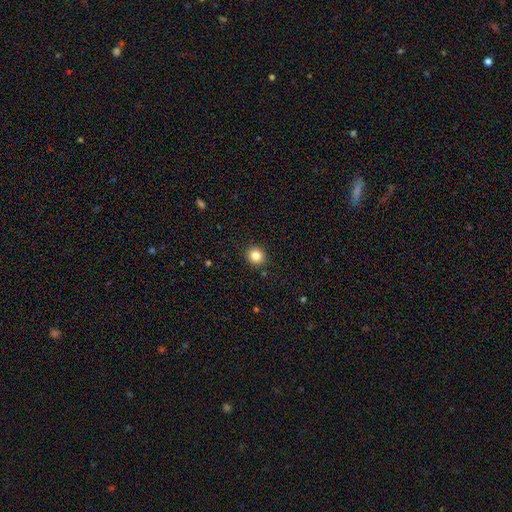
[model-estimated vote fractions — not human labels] Smooth or featured? smooth (84%)
How rounded? round (88%)
Merging? none (91%)